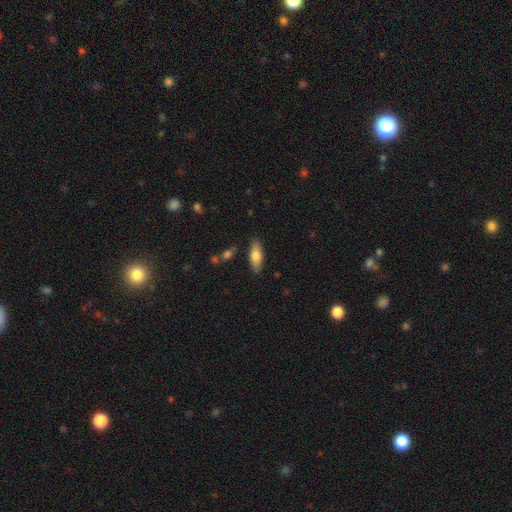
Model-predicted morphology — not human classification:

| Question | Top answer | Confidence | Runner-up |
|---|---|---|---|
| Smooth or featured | smooth | 76% | featured or disk (18%) |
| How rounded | in between | 70% | cigar-shaped (28%) |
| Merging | none | 85% | minor disturbance (11%) |